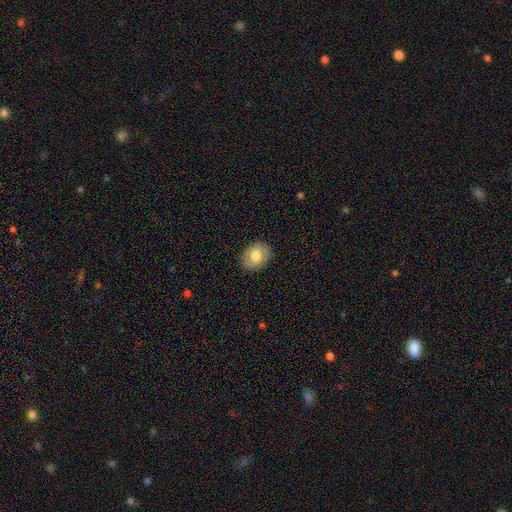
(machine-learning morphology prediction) Overall: smooth (67%). How rounded: in between (66%; round 33%). Merging: none (86%).